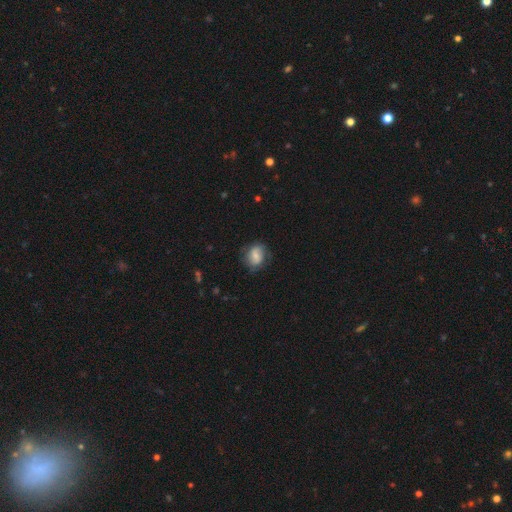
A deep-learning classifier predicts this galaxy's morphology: Smooth or featured? Predicted: smooth (p=0.58). How rounded? Predicted: round (p=0.51). Merging? Predicted: none (p=0.69).